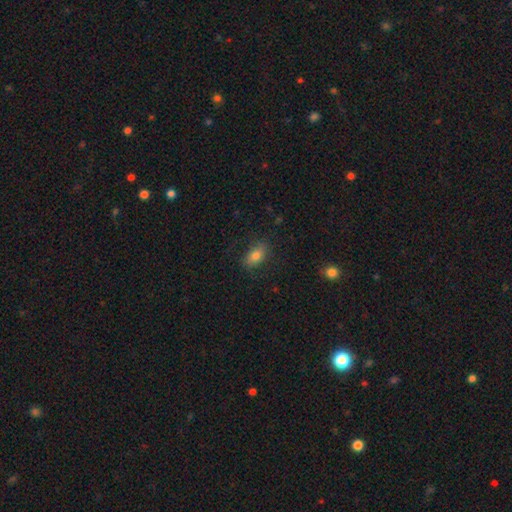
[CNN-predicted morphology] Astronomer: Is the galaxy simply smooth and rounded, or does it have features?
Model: smooth — 75%.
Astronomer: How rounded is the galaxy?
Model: in between — 85%.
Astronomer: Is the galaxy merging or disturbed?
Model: none — 79%.